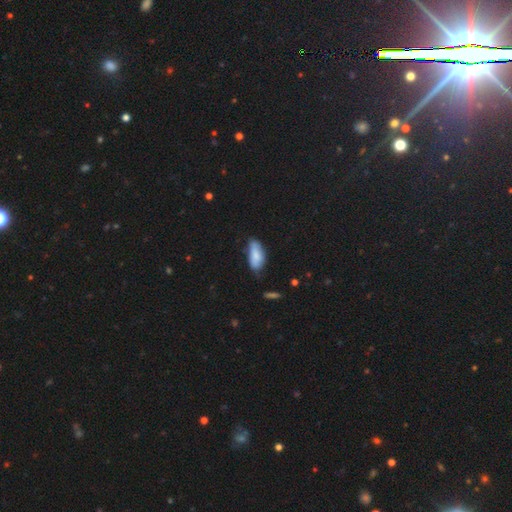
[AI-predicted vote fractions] Smooth or featured? Predicted: smooth (p=0.79). How rounded? Predicted: in between (p=0.85). Merging? Predicted: none (p=0.53).